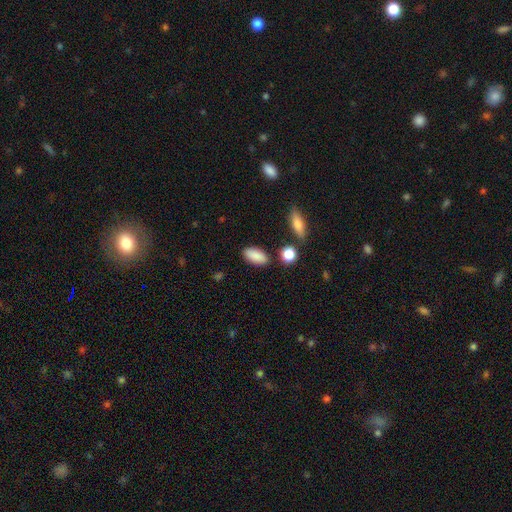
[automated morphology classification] type=smooth (88%); roundness=in between (89%); merging=none (85%).